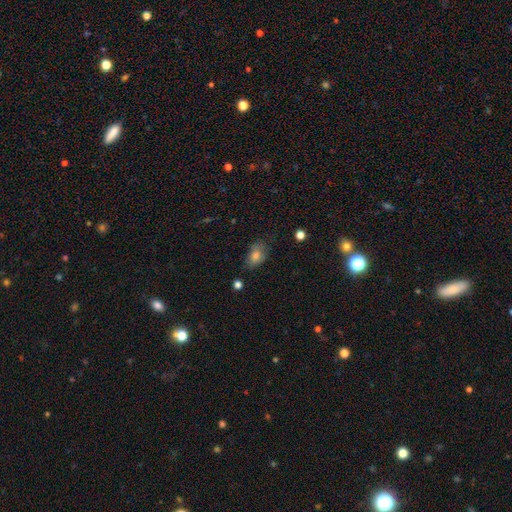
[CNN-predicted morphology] smooth-or-featured: smooth: 77% | featured or disk: 12% | star or artifact: 10%
  how-rounded: in between: 85% | round: 13% | cigar-shaped: 2%
  merging: none: 64% | minor disturbance: 27% | major disturbance: 7% | merger: 2%